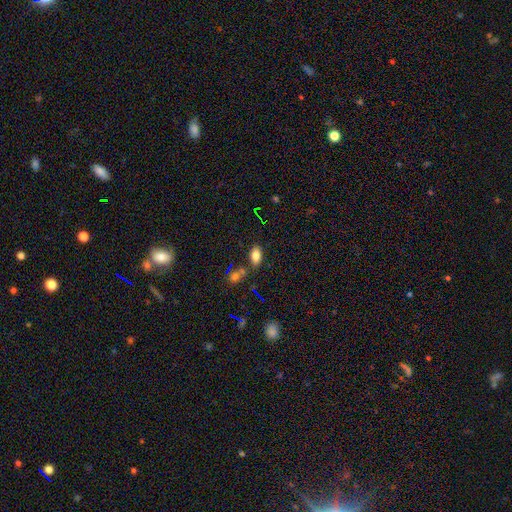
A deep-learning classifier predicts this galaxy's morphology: type=smooth (80%); roundness=in between (90%); merging=none (72%).